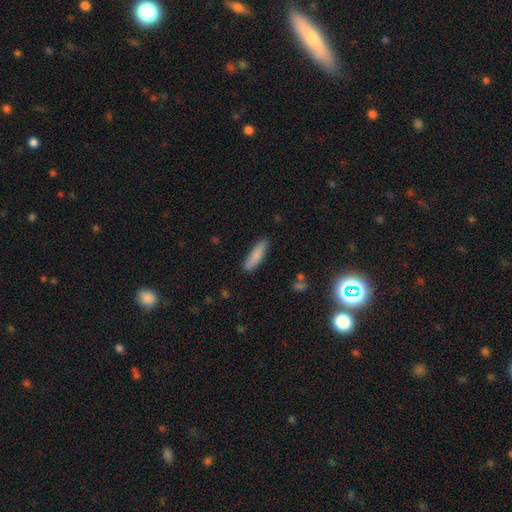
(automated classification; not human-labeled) Smooth or featured? smooth (85%)
How rounded? cigar-shaped (74%)
Merging? none (87%)